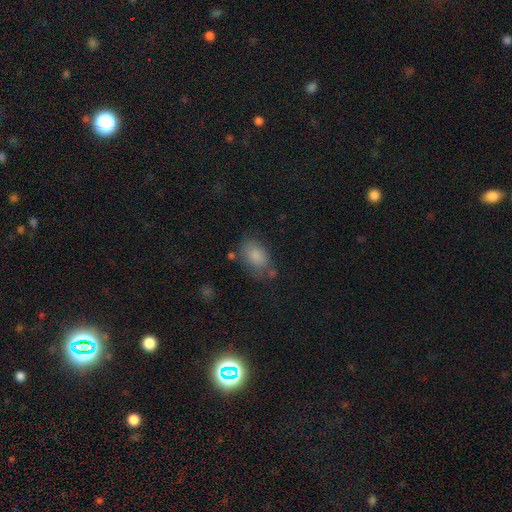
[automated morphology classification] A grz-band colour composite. It shows a smooth galaxy with no disk features (83%) that is in between round and cigar-shaped (89%). Merging: none (61%).